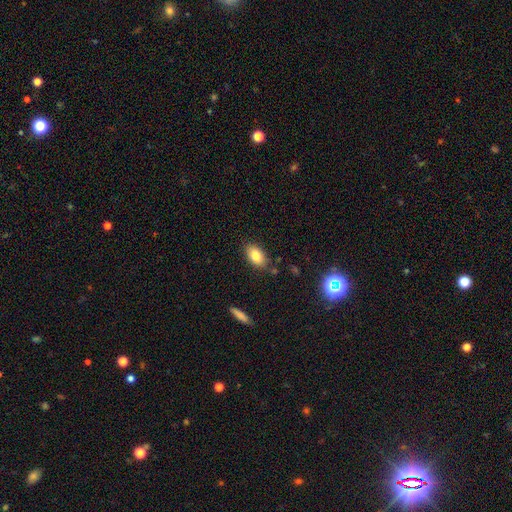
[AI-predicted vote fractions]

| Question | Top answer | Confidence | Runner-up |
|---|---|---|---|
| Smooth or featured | smooth | 82% | featured or disk (10%) |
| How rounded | in between | 91% | round (6%) |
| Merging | none | 82% | minor disturbance (12%) |